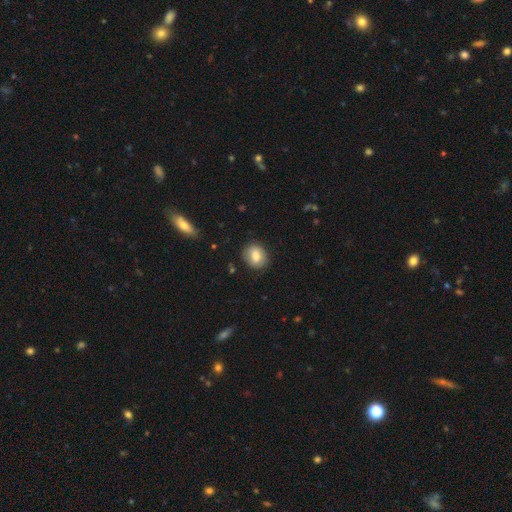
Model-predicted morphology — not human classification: Smooth or featured? smooth (79%)
How rounded? round (54%)
Merging? none (78%)